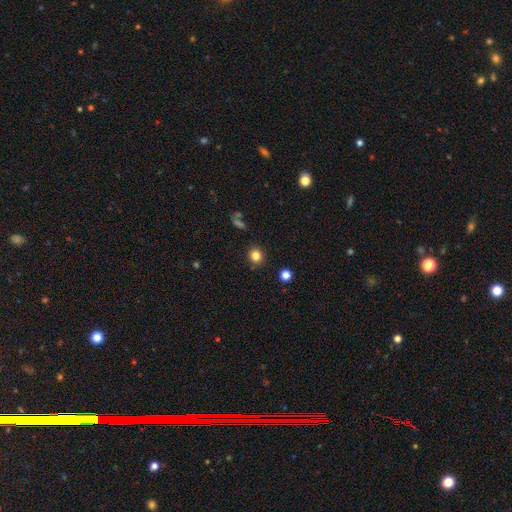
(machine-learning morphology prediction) Smooth or featured?
  - smooth: 82% *
  - star or artifact: 12%
  - featured or disk: 5%
How rounded?
  - round: 87% *
  - in between: 12%
  - cigar-shaped: 1%
Merging?
  - none: 88% *
  - minor disturbance: 8%
  - major disturbance: 2%
  - merger: 2%